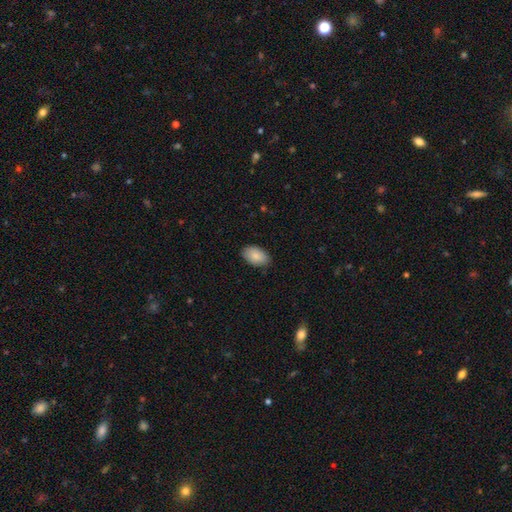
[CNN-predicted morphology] Smooth or featured? Predicted: smooth (p=0.88). How rounded? Predicted: in between (p=0.93). Merging? Predicted: none (p=0.85).